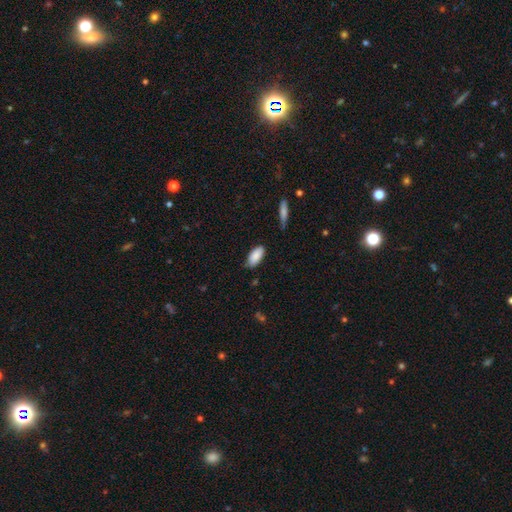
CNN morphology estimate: smooth 88%, star or artifact 6%, featured or disk 6%. Down the decision tree: how rounded — in between (91%); merging — none (76%).